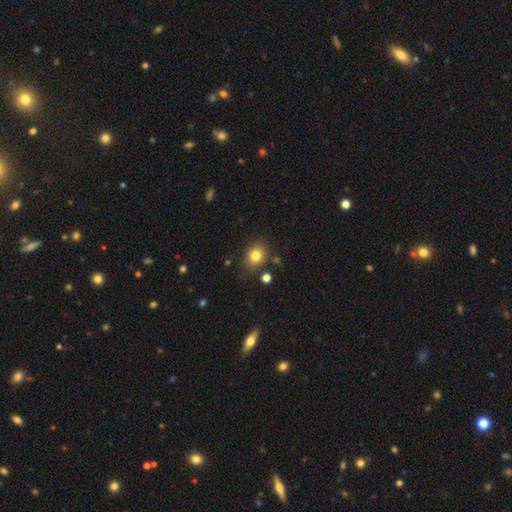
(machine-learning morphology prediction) Smooth or featured? Predicted: smooth (p=0.81). How rounded? Predicted: round (p=0.56). Merging? Predicted: none (p=0.80).